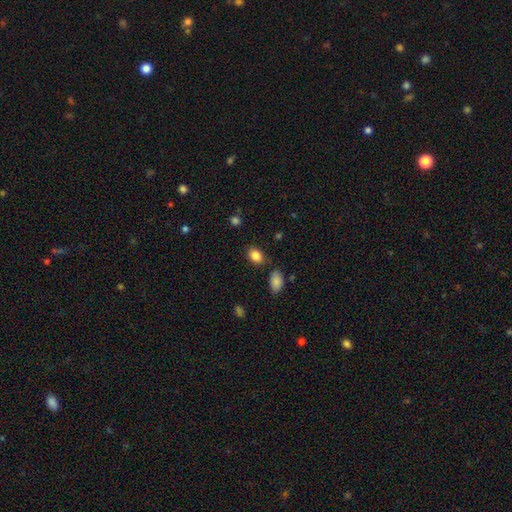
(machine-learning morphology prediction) A smooth galaxy with no disk features (86%) that is in between round and cigar-shaped (79%). Merging: none (79%).